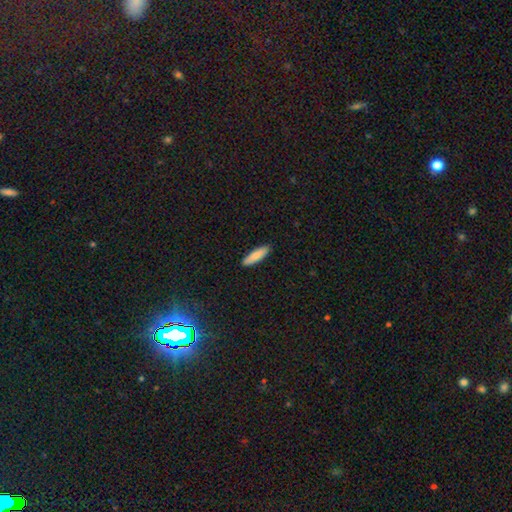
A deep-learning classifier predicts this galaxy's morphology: Q: Smooth or featured?
A: smooth (82%); runner-up: featured or disk (12%)
Q: How rounded?
A: cigar-shaped (64%); runner-up: in between (35%)
Q: Merging?
A: none (91%); runner-up: minor disturbance (7%)